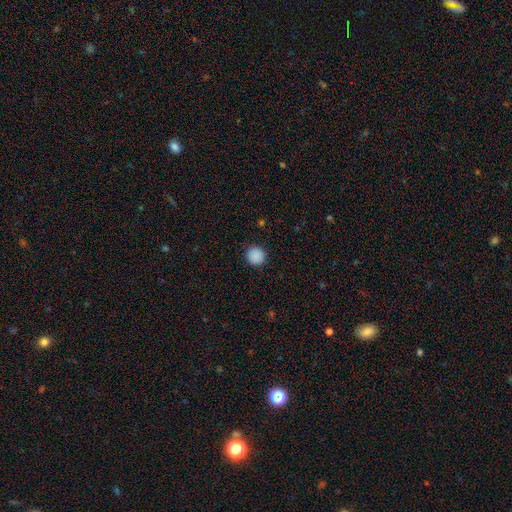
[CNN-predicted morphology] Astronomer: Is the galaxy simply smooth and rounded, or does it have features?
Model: smooth — 89%.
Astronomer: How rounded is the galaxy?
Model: round — 94%.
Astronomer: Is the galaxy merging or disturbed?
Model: none — 91%.